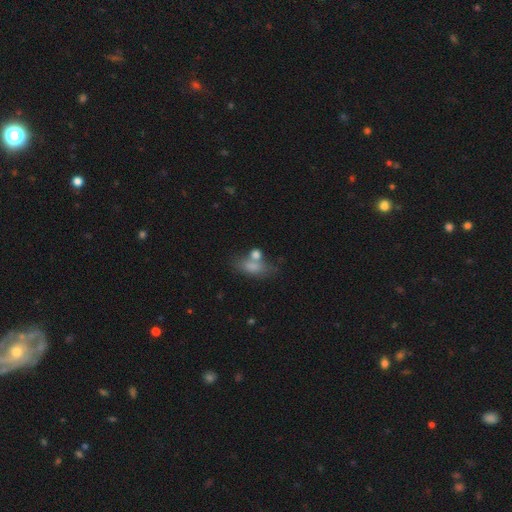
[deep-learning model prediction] A smooth galaxy with no disk features (76%) that is in between round and cigar-shaped (75%). Merging: none (37%).